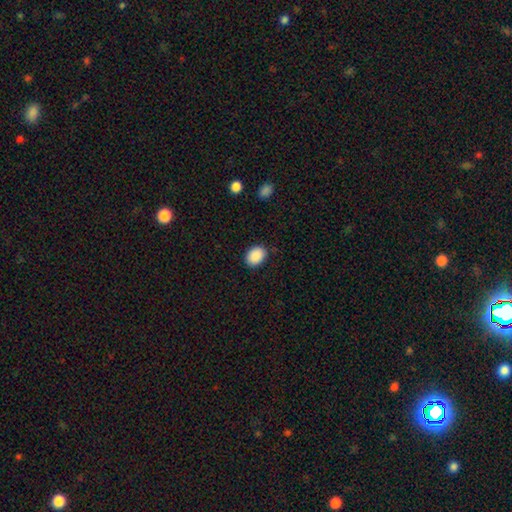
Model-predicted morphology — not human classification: This is clearly a smooth galaxy (90%). How rounded: likely in between (69%). Merging: clearly none (87%).